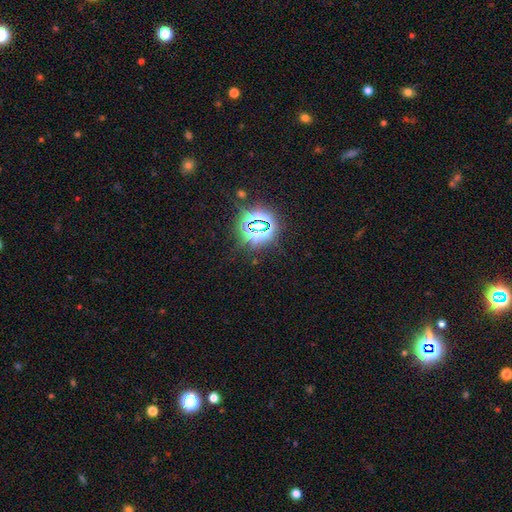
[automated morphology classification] Smooth or featured: star or artifact — 79% (smooth — 13%)